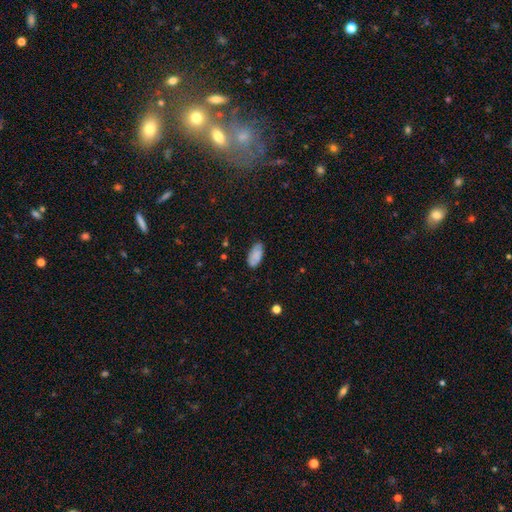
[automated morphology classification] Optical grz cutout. It shows a smooth galaxy with no disk features (83%) that is in between round and cigar-shaped (92%). Merging: none (78%).